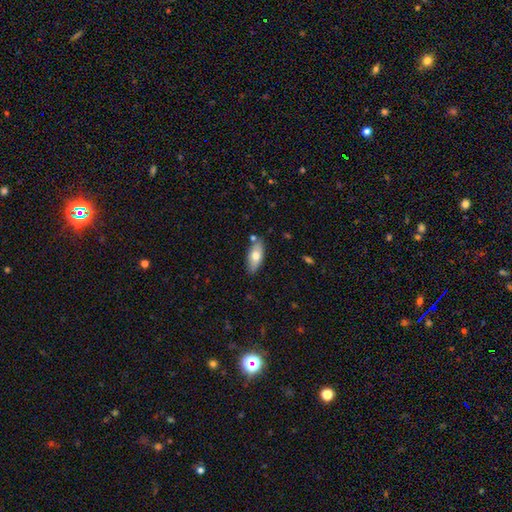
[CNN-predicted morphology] smooth_or_featured: smooth (p=0.68) [alt: featured or disk p=0.25]
how_rounded: in between (p=0.83) [alt: cigar-shaped p=0.14]
merging: none (p=0.79) [alt: minor disturbance p=0.14]